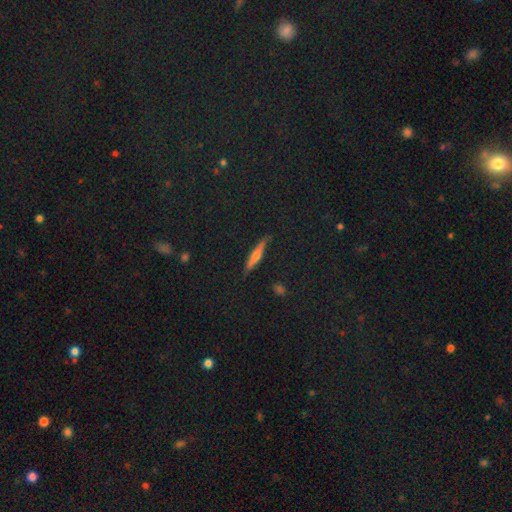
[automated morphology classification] featured or disk 47%, smooth 39%, star or artifact 14%. Down the decision tree: merging — none (88%).